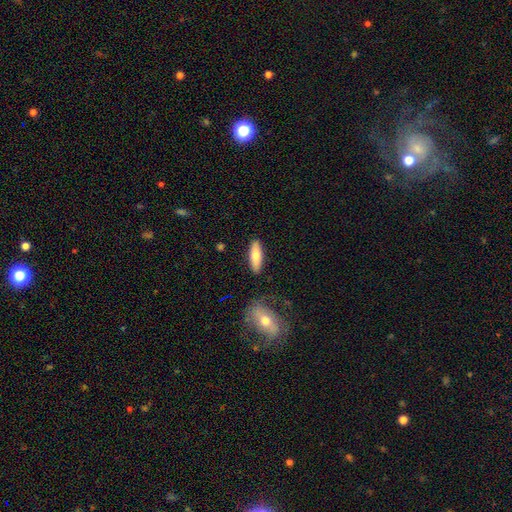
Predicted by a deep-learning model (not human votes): Smooth or featured? Predicted: smooth (p=0.74). How rounded? Predicted: in between (p=0.53). Merging? Predicted: none (p=0.85).